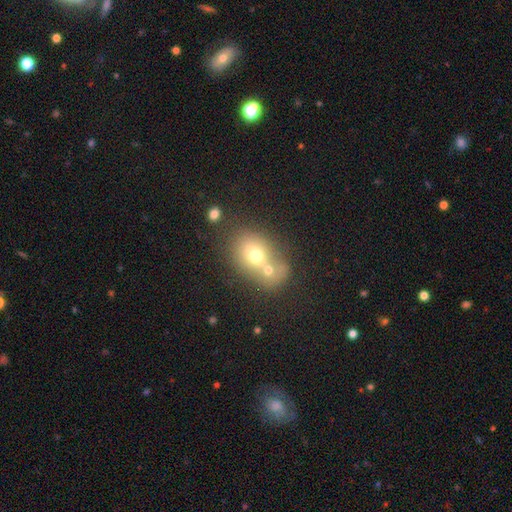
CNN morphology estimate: A smooth galaxy with no disk features (64%) that is in between round and cigar-shaped (57%). Merging: merger (54%).